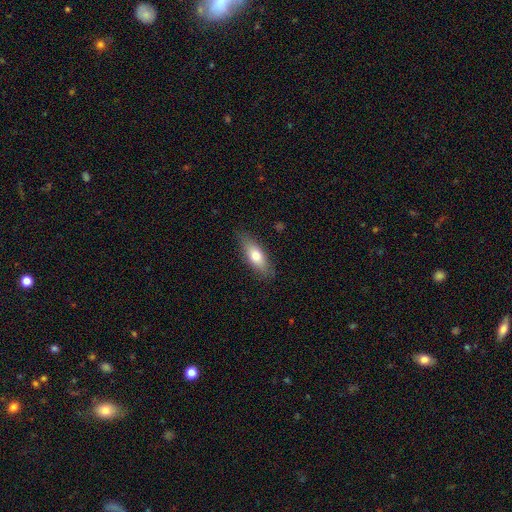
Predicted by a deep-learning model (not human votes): smooth-or-featured: smooth: 71% | featured or disk: 22% | star or artifact: 6%
  how-rounded: in between: 64% | cigar-shaped: 33% | round: 3%
  merging: none: 83% | minor disturbance: 13% | major disturbance: 3% | merger: 1%